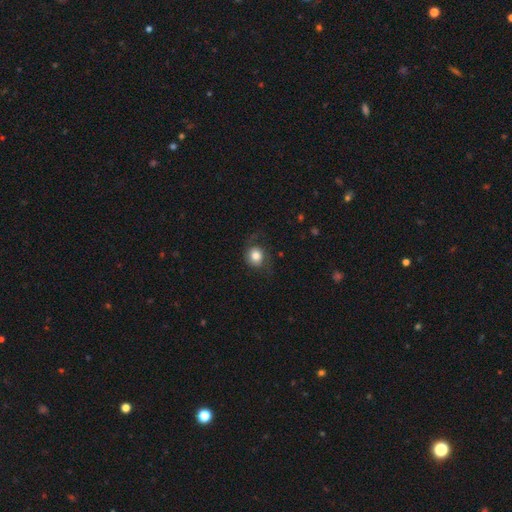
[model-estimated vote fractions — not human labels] Smooth or featured: smooth — 76% (featured or disk — 16%)
How rounded: round — 80% (in between — 20%)
Merging: none — 59% (minor disturbance — 22%)